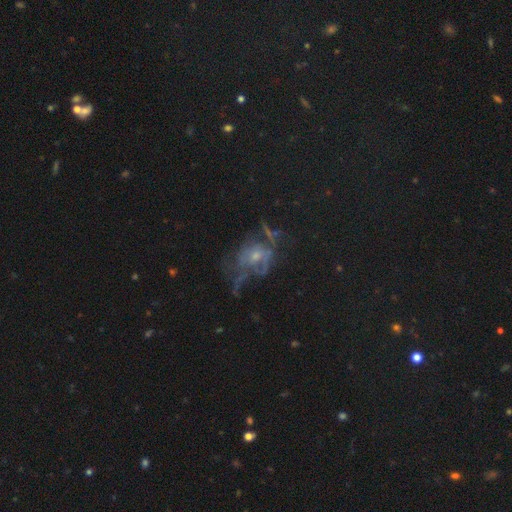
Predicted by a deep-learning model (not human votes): Smooth or featured? Predicted: featured or disk (p=0.59). Edge-on disk? Predicted: no (p=0.96). Bar? Predicted: no (p=0.78). Spiral arms? Predicted: yes (p=0.52). Bulge size? Predicted: small (p=0.54). Merging? Predicted: major disturbance (p=0.43).